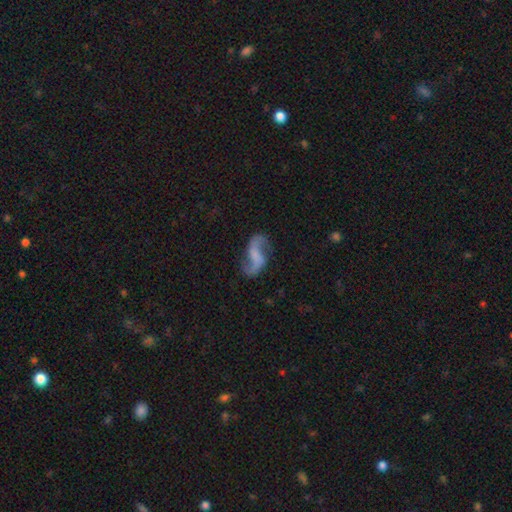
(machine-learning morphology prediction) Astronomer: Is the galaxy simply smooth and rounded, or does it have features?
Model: featured or disk — 85%.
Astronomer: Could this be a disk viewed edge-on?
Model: no — 98%.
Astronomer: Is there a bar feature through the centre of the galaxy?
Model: weak — 41% (runner-up: no, 39%).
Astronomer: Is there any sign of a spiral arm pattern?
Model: yes — 96%.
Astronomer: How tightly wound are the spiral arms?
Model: loose — 77%.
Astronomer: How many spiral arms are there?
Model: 2 — 94%.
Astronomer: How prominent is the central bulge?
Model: none — 63%.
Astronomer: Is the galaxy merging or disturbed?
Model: none — 78%.